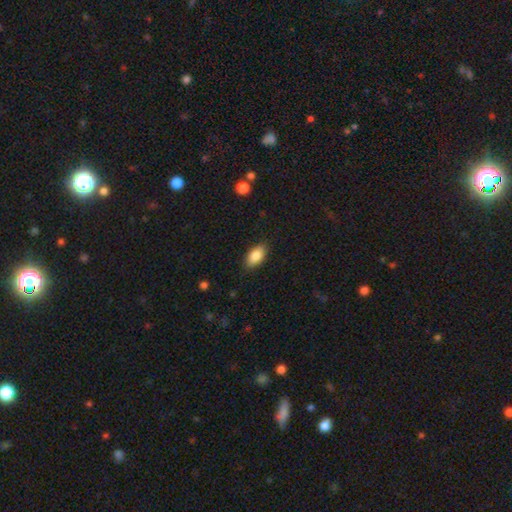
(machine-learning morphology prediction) type=smooth (86%); roundness=in between (92%); merging=none (85%).